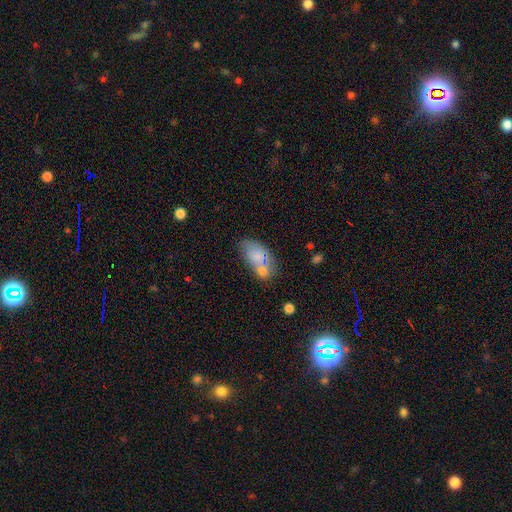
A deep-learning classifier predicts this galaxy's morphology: Overall: smooth (63%; featured or disk 27%). How rounded: in between (89%). Merging: none (37%; merger 33%).